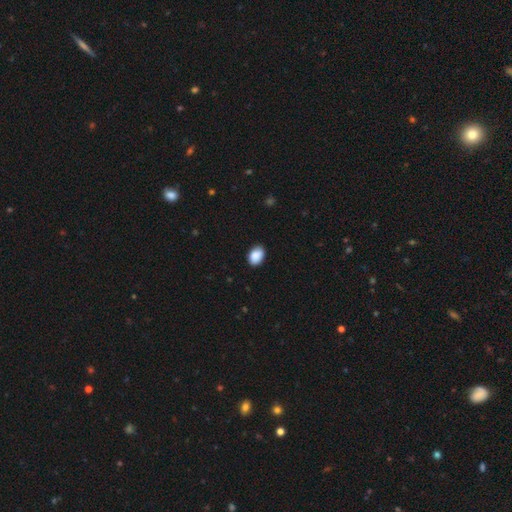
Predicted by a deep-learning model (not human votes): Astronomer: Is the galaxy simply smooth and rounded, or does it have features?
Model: smooth — 90%.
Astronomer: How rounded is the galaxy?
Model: in between — 84%.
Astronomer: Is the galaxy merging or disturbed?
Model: none — 85%.